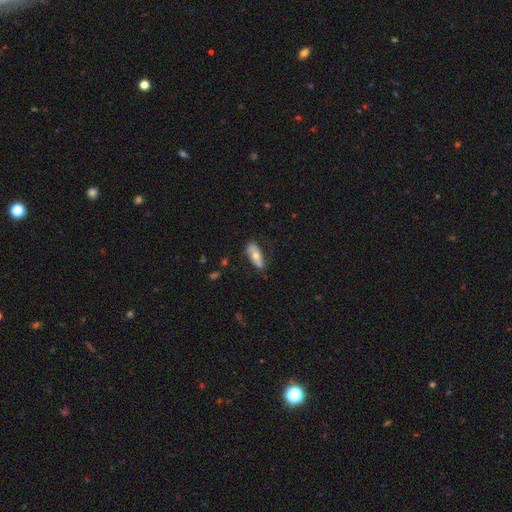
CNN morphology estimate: Q: Smooth or featured?
A: smooth (58%); runner-up: featured or disk (35%)
Q: How rounded?
A: in between (72%); runner-up: cigar-shaped (25%)
Q: Merging?
A: none (74%); runner-up: minor disturbance (20%)